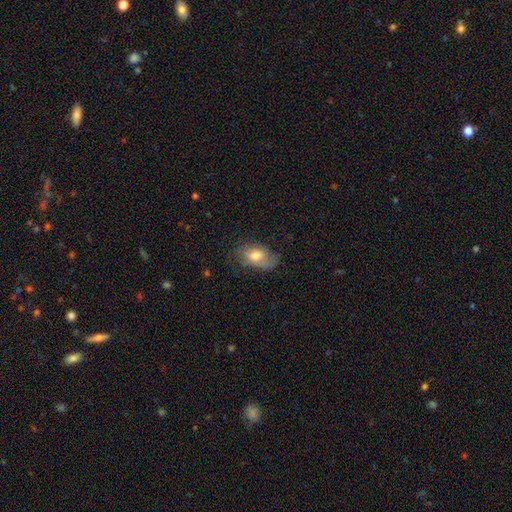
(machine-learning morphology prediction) Smooth or featured? Predicted: smooth (p=0.58). How rounded? Predicted: in between (p=0.88). Merging? Predicted: none (p=0.56).